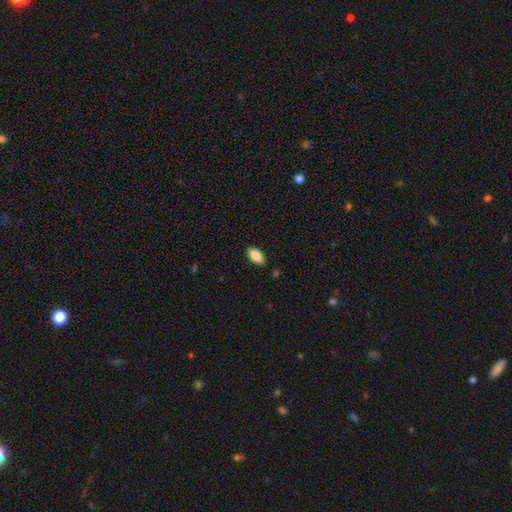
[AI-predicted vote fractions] smooth 86%, featured or disk 7%, star or artifact 7%. Down the decision tree: how rounded — in between (92%); merging — none (87%).